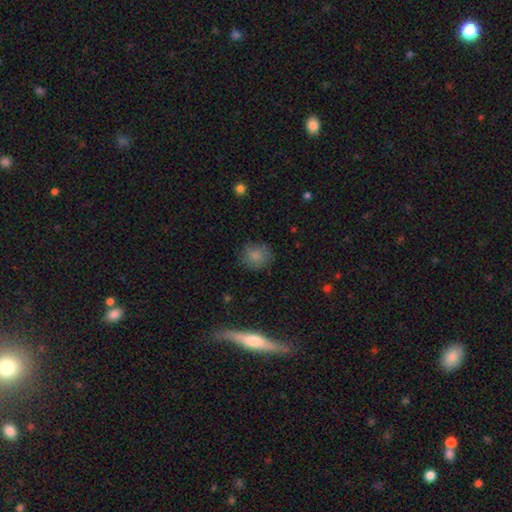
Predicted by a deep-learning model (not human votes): The model was most divided on "how rounded": round: 80%, in between: 19%, cigar-shaped: 1%. More confident: smooth or featured — smooth (82%); merging — none (78%).